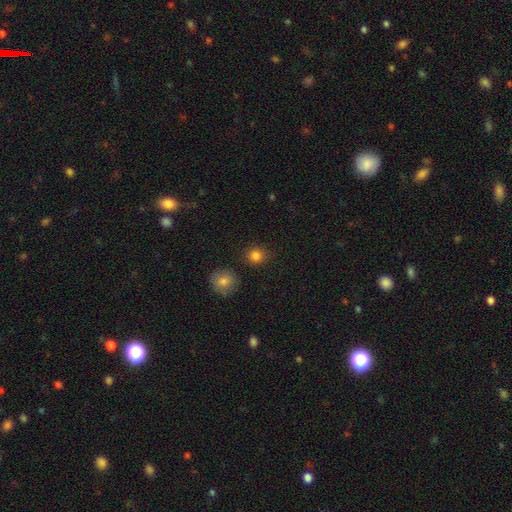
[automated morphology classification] This is clearly a smooth galaxy (85%). How rounded: clearly round (88%). Merging: clearly none (87%).